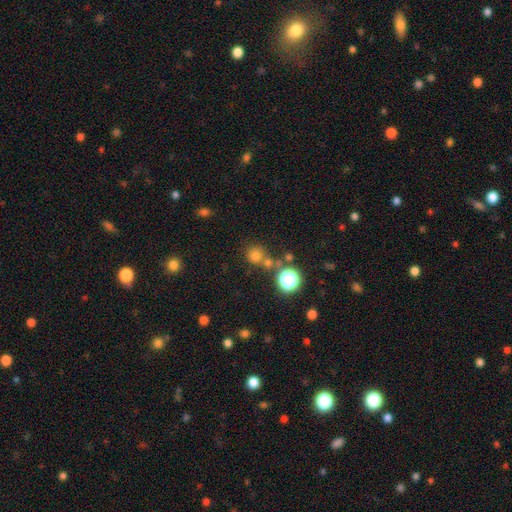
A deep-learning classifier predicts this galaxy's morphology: type=smooth (70%); roundness=round (90%); merging=none (64%).